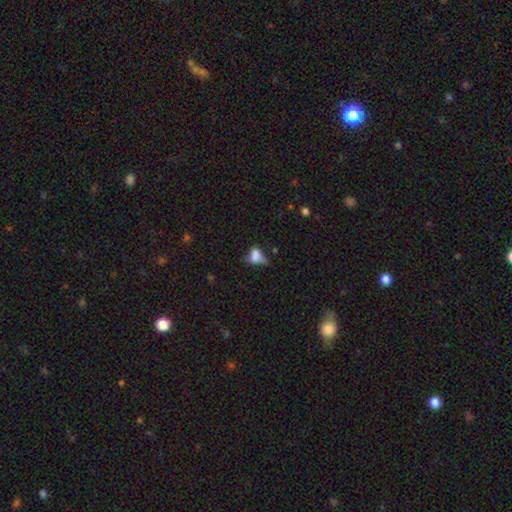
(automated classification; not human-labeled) Smooth or featured? smooth (69%)
How rounded? in between (74%)
Merging? minor disturbance (29%, tied with none)